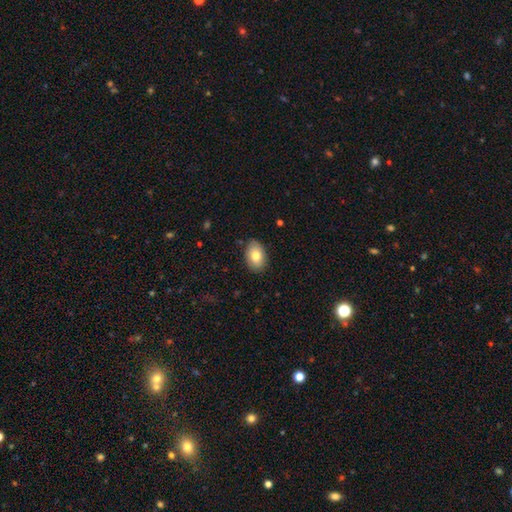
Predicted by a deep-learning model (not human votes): smooth 81%, featured or disk 12%, star or artifact 7%. Down the decision tree: how rounded — in between (88%); merging — none (86%).